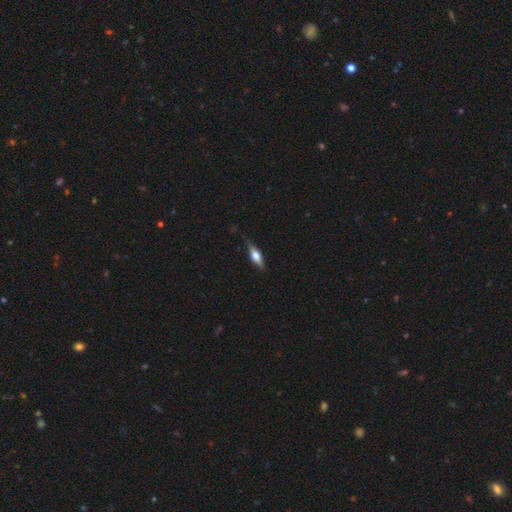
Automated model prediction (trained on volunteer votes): The model was most divided on "smooth or featured": featured or disk: 49%, smooth: 44%, star or artifact: 7%. More confident: merging — none (83%).